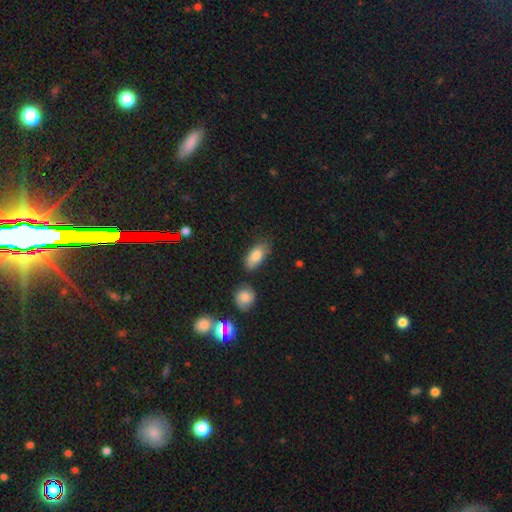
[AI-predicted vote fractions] Smooth or featured: smooth — 82% (featured or disk — 10%)
How rounded: in between — 89% (cigar-shaped — 7%)
Merging: none — 69% (minor disturbance — 20%)